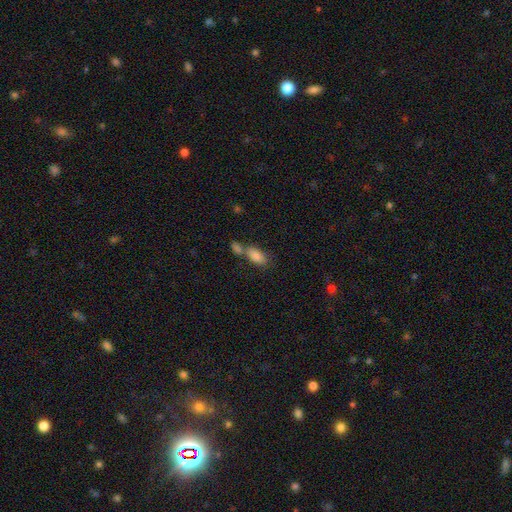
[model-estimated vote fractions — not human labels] Overall: smooth (81%). How rounded: in between (88%). Merging: merger (47%; none 38%).